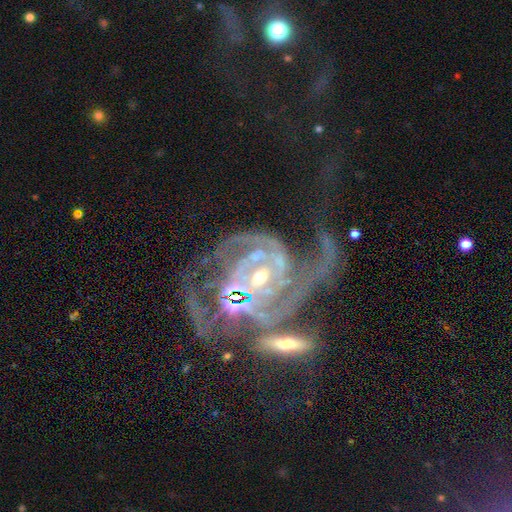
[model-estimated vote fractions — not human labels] featured or disk 90%, star or artifact 6%, smooth 3%. Down the decision tree: edge-on disk — no (96%); bar — no (48%); spiral arms — yes (97%); spiral arm count — 2 (47%); spiral winding — tight (47%); bulge size — small (55%); merging — merger (34%).